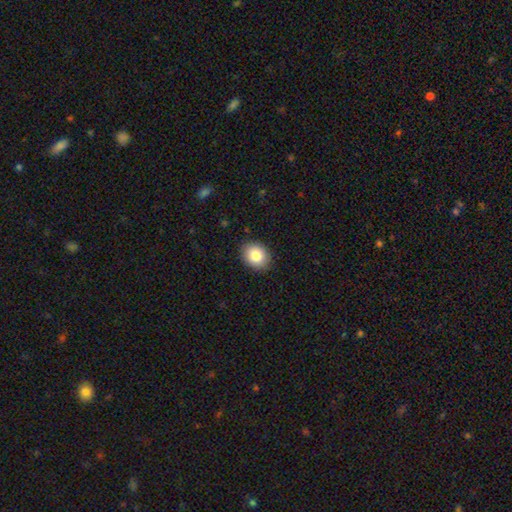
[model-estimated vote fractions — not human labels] Smooth or featured: smooth — 83% (star or artifact — 8%)
How rounded: round — 50% (in between — 49%)
Merging: none — 88% (minor disturbance — 9%)